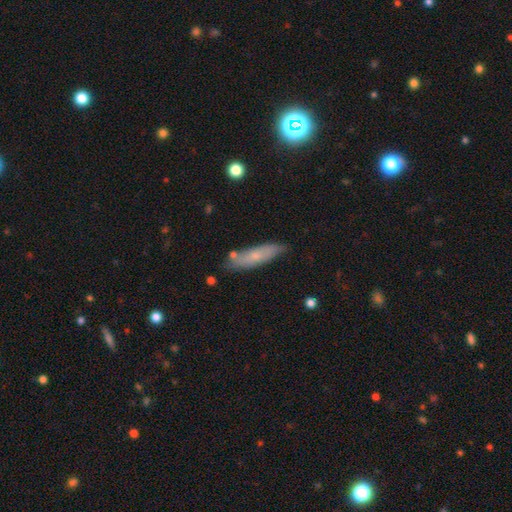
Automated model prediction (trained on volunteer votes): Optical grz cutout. It shows a smooth galaxy with no disk features (63%) that is cigar-shaped (73%). Merging: none (74%).